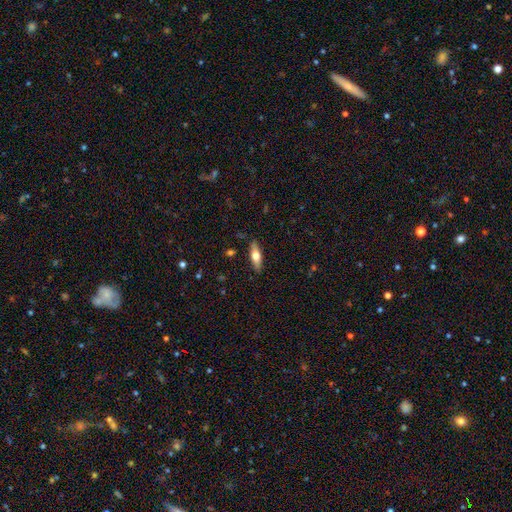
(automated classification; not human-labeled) Morphology: type=smooth (50%); roundness=cigar-shaped (51%); merging=none (88%).